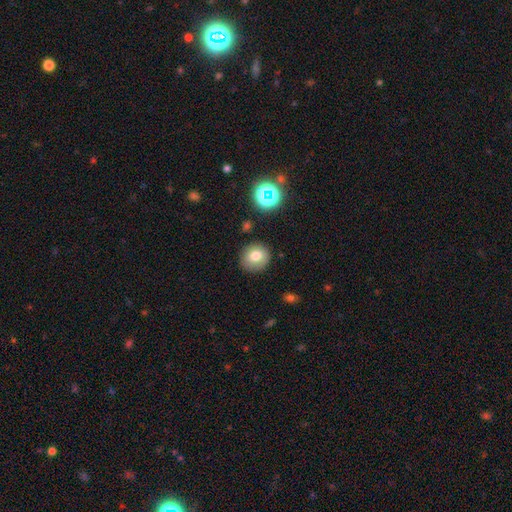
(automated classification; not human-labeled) Overall: smooth (75%). How rounded: round (84%). Merging: none (85%).